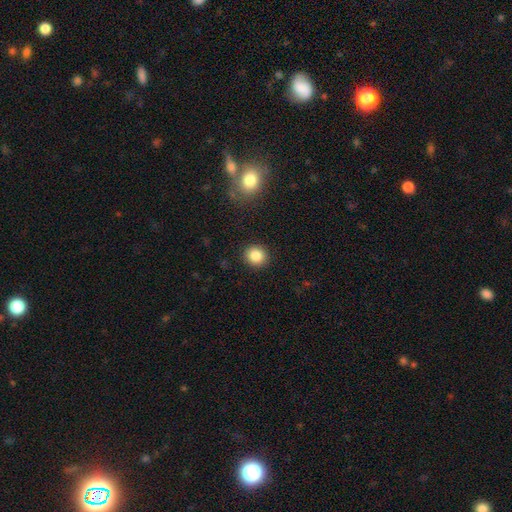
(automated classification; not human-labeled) This appears to be a smooth galaxy with no disk features (86%) that is round (88%). Merging: none (91%).